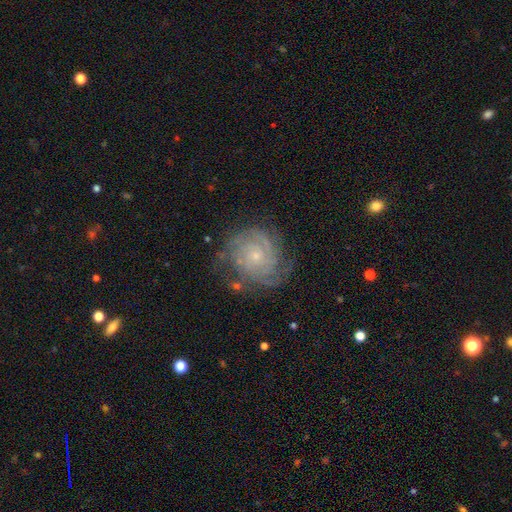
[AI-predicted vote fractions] Smooth or featured? Predicted: featured or disk (p=0.85). Edge-on disk? Predicted: no (p=0.98). Bar? Predicted: no (p=0.80). Spiral arms? Predicted: yes (p=0.96). Spiral winding? Predicted: tight (p=0.77). Spiral arm count? Predicted: can't tell (p=0.27). Bulge size? Predicted: small (p=0.82). Merging? Predicted: none (p=0.72).